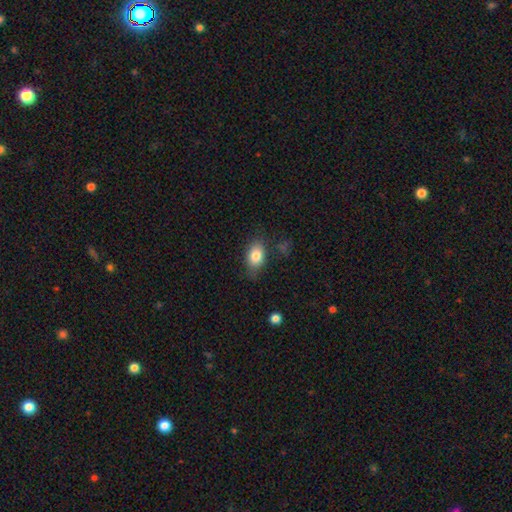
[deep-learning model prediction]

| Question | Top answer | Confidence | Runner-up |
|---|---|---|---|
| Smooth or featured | smooth | 81% | featured or disk (11%) |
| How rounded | in between | 80% | round (18%) |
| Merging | none | 74% | minor disturbance (19%) |